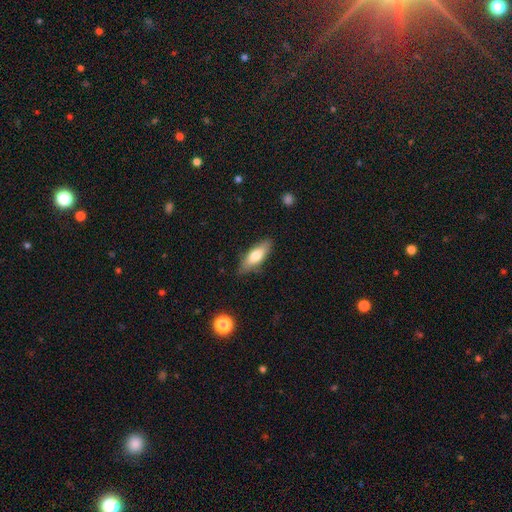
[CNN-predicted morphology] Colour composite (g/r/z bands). It shows a smooth galaxy with no disk features (71%) that is in between round and cigar-shaped (59%). Merging: none (81%).